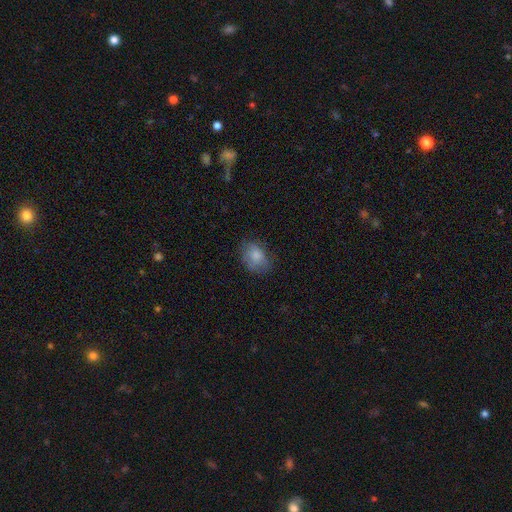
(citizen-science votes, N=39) Smooth or featured?
  - smooth: 79% *
  - featured or disk: 13%
  - star or artifact: 8%
How rounded?
  - in between: 84% *
  - round: 16%
  - cigar-shaped: 0%
Merging?
  - none: 67% *
  - minor disturbance: 19%
  - major disturbance: 14%
  - merger: 0%